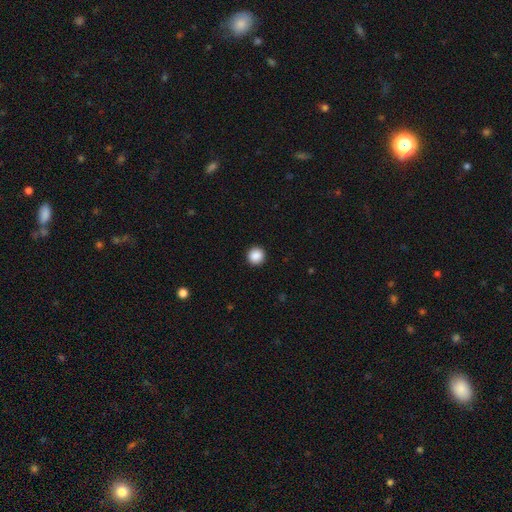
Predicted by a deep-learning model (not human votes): smooth_or_featured: smooth (p=0.88) [alt: star or artifact p=0.09]
how_rounded: round (p=0.96) [alt: in between p=0.03]
merging: none (p=0.93) [alt: minor disturbance p=0.04]